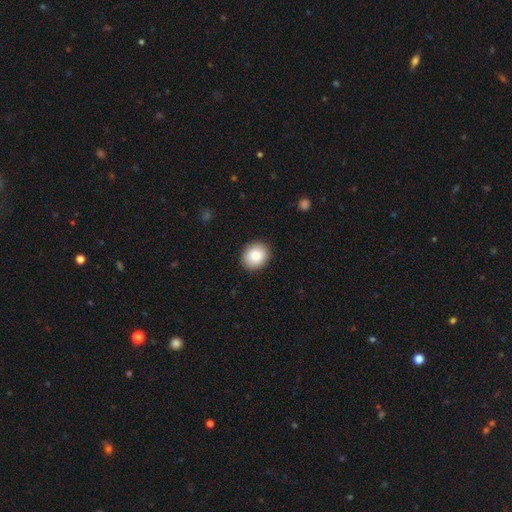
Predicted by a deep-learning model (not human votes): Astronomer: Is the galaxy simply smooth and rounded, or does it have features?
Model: smooth — 87%.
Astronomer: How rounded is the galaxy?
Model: round — 60% (runner-up: in between, 39%).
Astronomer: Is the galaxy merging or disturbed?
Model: none — 89%.